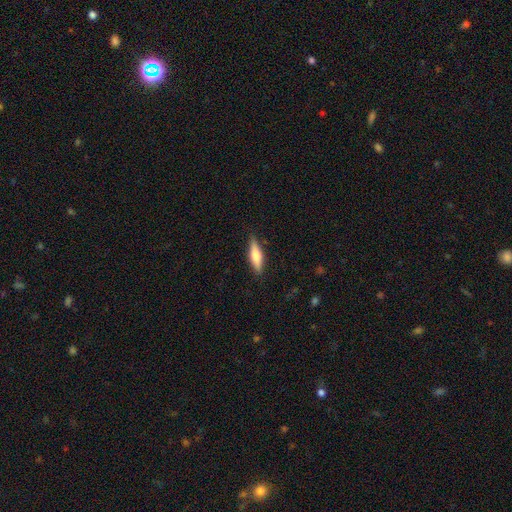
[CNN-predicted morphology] Smooth or featured?
  - smooth: 56% *
  - featured or disk: 39%
  - star or artifact: 6%
How rounded?
  - cigar-shaped: 63% *
  - in between: 35%
  - round: 2%
Merging?
  - none: 87% *
  - minor disturbance: 10%
  - major disturbance: 2%
  - merger: 1%